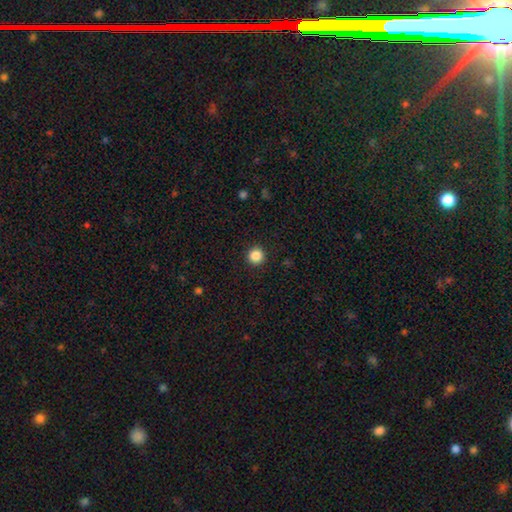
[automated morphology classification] smooth 86%, star or artifact 11%, featured or disk 3%. Down the decision tree: how rounded — round (95%); merging — none (93%).